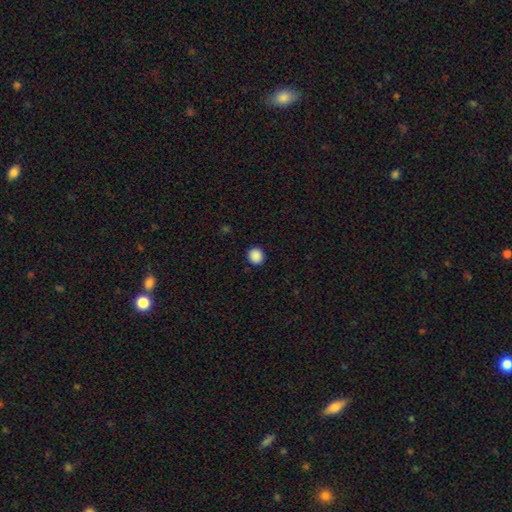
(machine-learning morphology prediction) smooth-or-featured: smooth: 89% | star or artifact: 9% | featured or disk: 2%
  how-rounded: round: 86% | in between: 13% | cigar-shaped: 1%
  merging: none: 91% | minor disturbance: 6% | major disturbance: 2% | merger: 1%